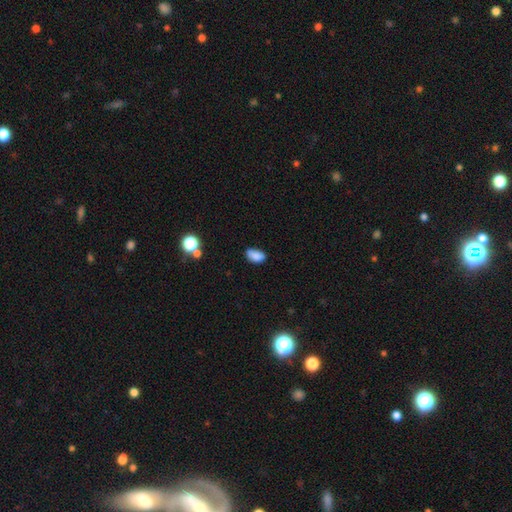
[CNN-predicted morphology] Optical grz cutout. It shows a smooth galaxy with no disk features (83%) that is in between round and cigar-shaped (90%). Merging: none (63%).